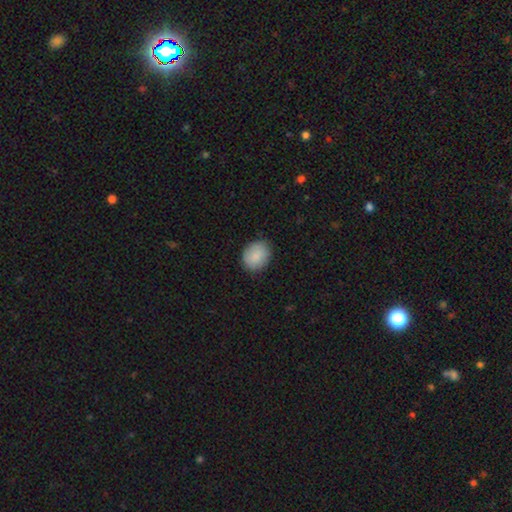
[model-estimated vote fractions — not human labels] A smooth galaxy with no disk features (88%) that is round (56%). Merging: none (85%).